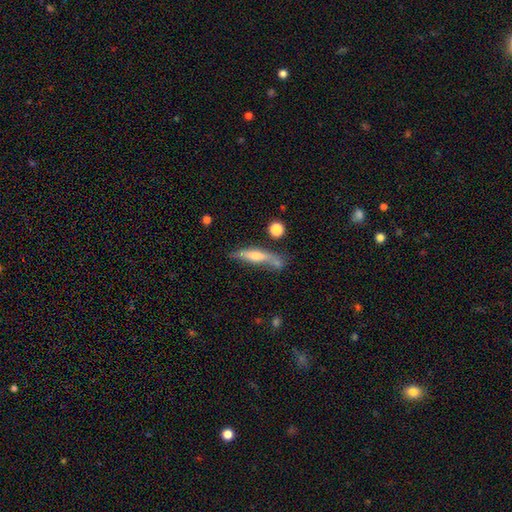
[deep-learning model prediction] Smooth or featured: featured or disk — 50% (smooth — 43%)
Merging: none — 57% (minor disturbance — 22%)